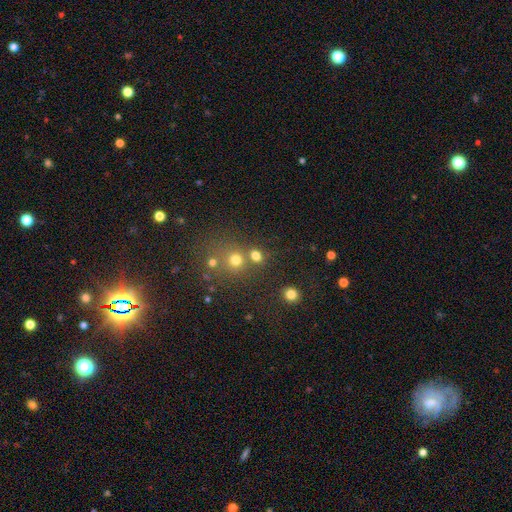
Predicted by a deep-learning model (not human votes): smooth-or-featured: smooth: 74% | star or artifact: 18% | featured or disk: 7%
  how-rounded: round: 77% | in between: 22% | cigar-shaped: 1%
  merging: none: 63% | merger: 25% | minor disturbance: 8% | major disturbance: 4%